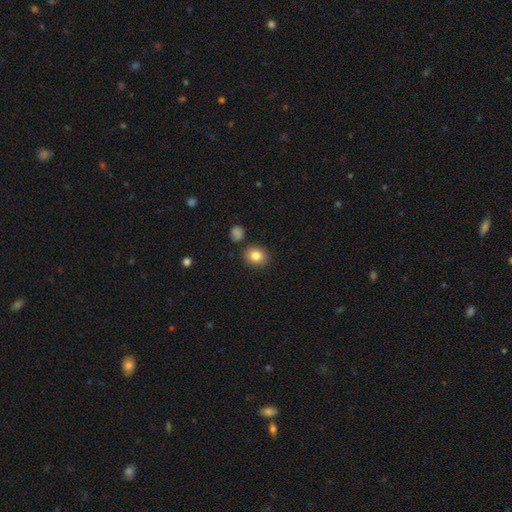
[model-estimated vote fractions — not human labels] A smooth galaxy with no disk features (84%) that is round (67%). Merging: none (86%).